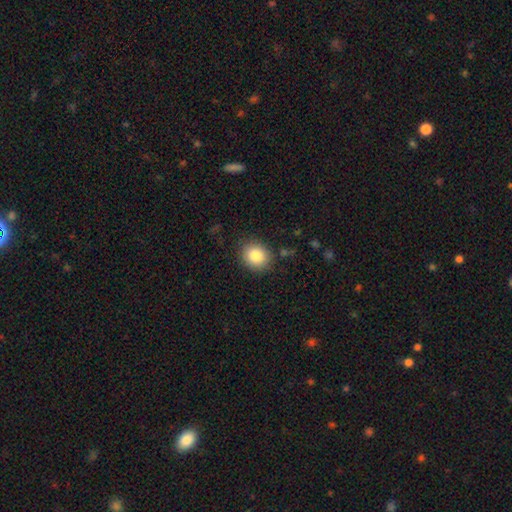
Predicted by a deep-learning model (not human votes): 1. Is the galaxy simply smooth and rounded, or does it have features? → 85% smooth, 9% star or artifact, 6% featured or disk.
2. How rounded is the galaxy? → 68% round, 31% in between, 1% cigar-shaped.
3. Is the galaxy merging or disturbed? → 85% none, 10% minor disturbance, 3% major disturbance, 2% merger.